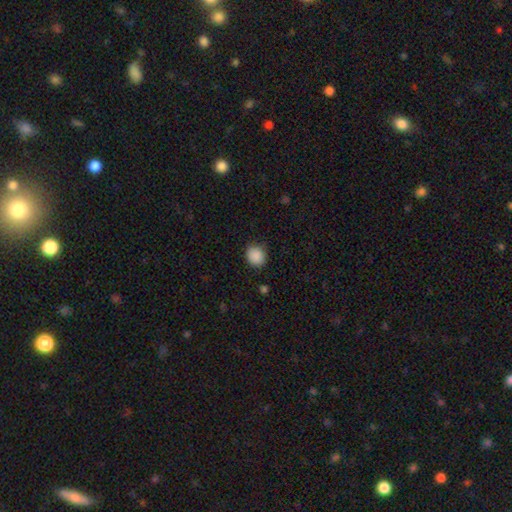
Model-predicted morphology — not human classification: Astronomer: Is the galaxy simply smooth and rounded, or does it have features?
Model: smooth — 88%.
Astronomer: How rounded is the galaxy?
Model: round — 75%.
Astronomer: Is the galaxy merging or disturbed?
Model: none — 84%.